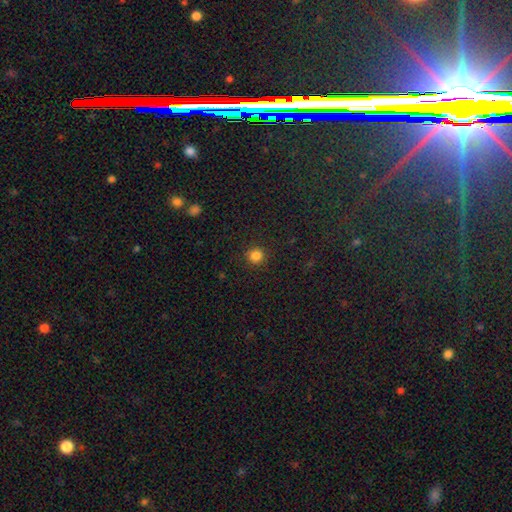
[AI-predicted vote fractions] A smooth galaxy with no disk features (83%) that is round (92%). Merging: none (90%).